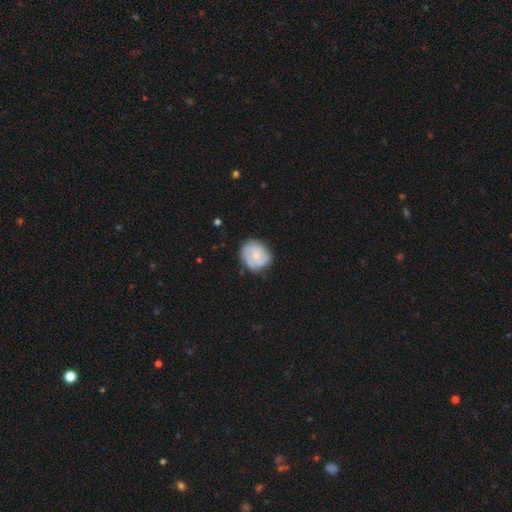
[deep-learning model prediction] Smooth or featured: featured or disk — 47% (tied with smooth — 47%)
Merging: none — 68% (minor disturbance — 23%)